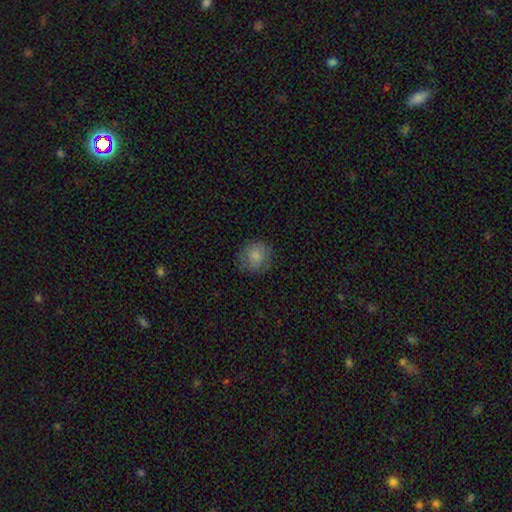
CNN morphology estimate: Q: Smooth or featured?
A: smooth (80%); runner-up: featured or disk (11%)
Q: How rounded?
A: round (86%); runner-up: in between (13%)
Q: Merging?
A: none (77%); runner-up: minor disturbance (17%)